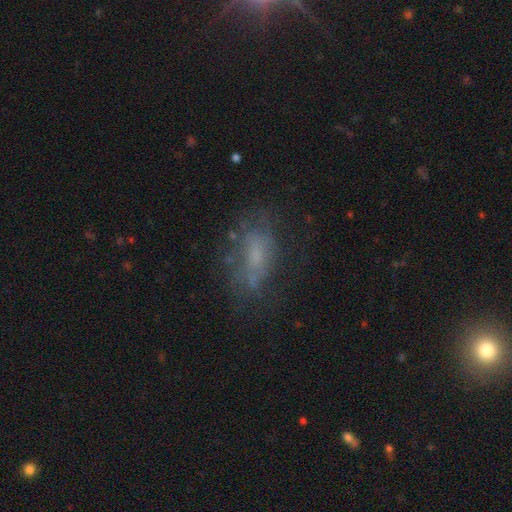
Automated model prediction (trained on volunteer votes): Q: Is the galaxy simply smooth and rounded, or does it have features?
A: smooth — 49%.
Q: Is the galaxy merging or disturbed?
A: none — 55%.